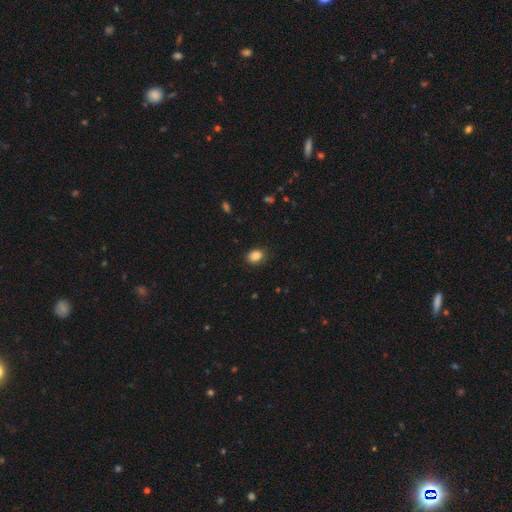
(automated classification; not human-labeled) This is clearly a smooth galaxy (85%). How rounded: possibly in between (53%). Merging: clearly none (86%).